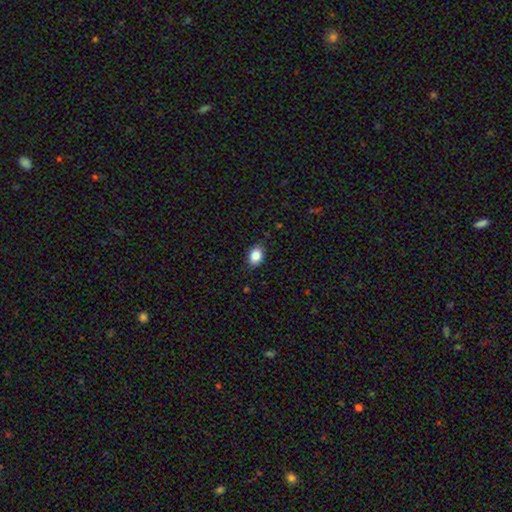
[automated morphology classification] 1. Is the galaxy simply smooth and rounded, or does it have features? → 86% smooth, 9% star or artifact, 5% featured or disk.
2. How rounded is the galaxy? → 73% in between, 26% round, 1% cigar-shaped.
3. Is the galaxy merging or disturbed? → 85% none, 12% minor disturbance, 2% major disturbance, 1% merger.